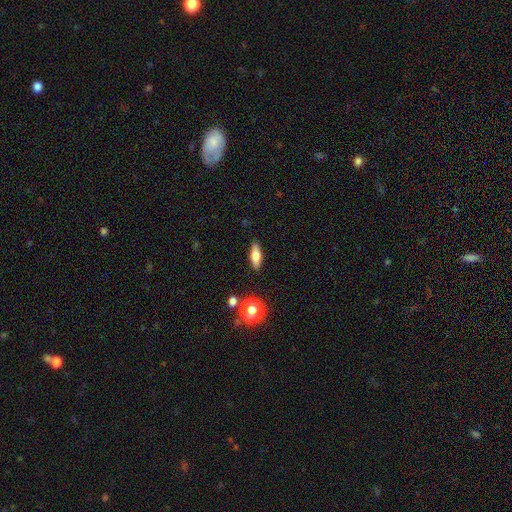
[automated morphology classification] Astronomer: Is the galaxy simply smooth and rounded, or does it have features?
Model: smooth — 69%.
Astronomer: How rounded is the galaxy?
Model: in between — 57% (runner-up: cigar-shaped, 37%).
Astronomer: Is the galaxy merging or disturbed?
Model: none — 87%.